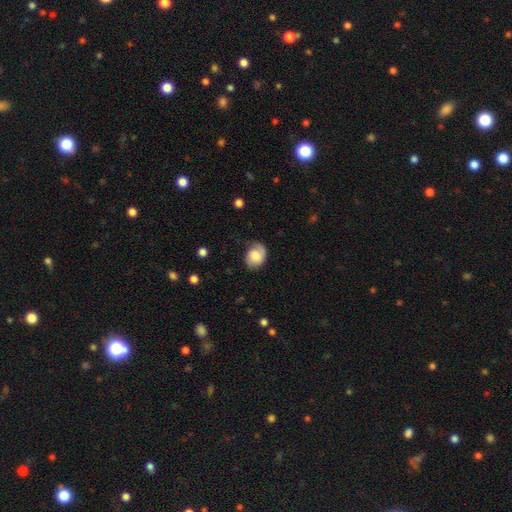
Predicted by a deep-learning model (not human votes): Smooth or featured? Predicted: smooth (p=0.68). How rounded? Predicted: in between (p=0.51). Merging? Predicted: none (p=0.59).